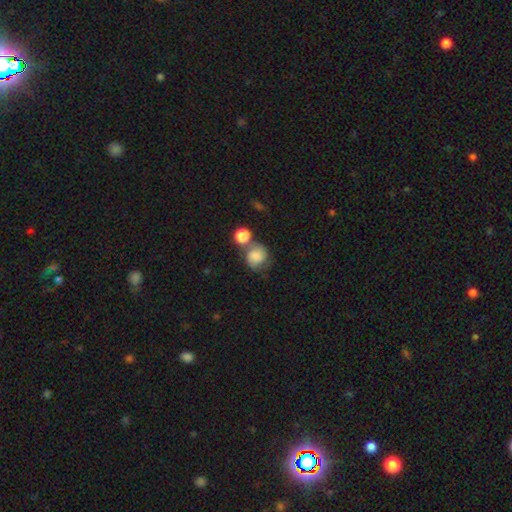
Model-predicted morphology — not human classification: smooth_or_featured: smooth (p=0.67) [alt: featured or disk p=0.24]
how_rounded: round (p=0.79) [alt: in between p=0.20]
merging: none (p=0.40) [alt: merger p=0.37]